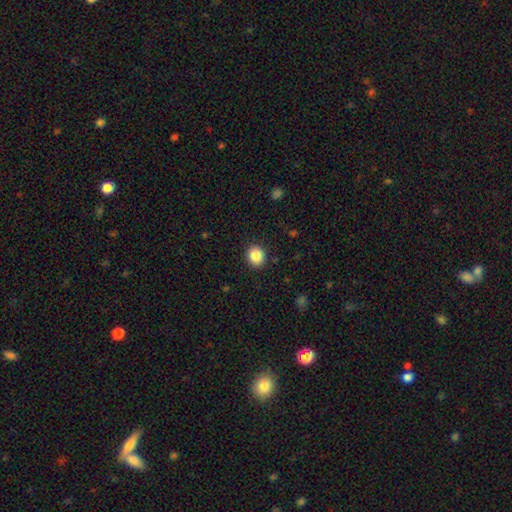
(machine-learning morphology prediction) Smooth or featured? smooth (87%)
How rounded? round (83%)
Merging? none (91%)